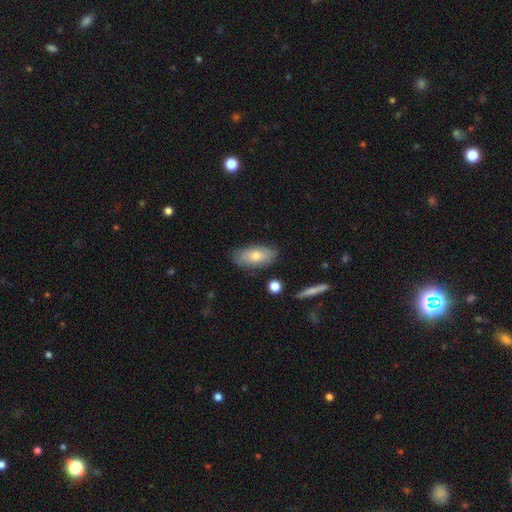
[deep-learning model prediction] Smooth or featured? smooth (68%)
How rounded? in between (88%)
Merging? none (81%)